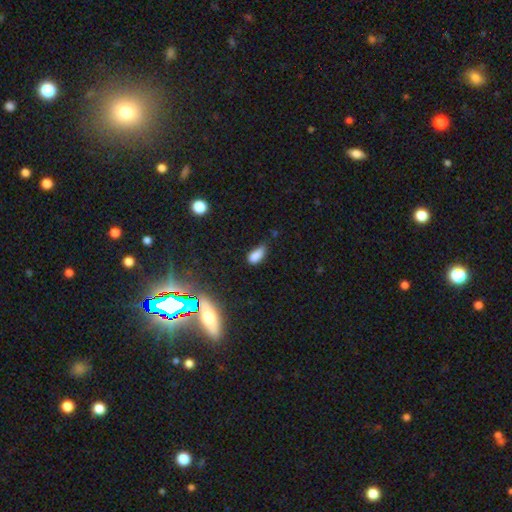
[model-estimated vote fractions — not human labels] A smooth galaxy with no disk features (81%) that is in between round and cigar-shaped (87%).

Vote fractions:
- Smooth or featured? smooth: 81% / star or artifact: 12% / featured or disk: 6%
- How rounded? in between: 87% / cigar-shaped: 8% / round: 4%
- Merging? none: 48% / minor disturbance: 38% / major disturbance: 10% / merger: 4%